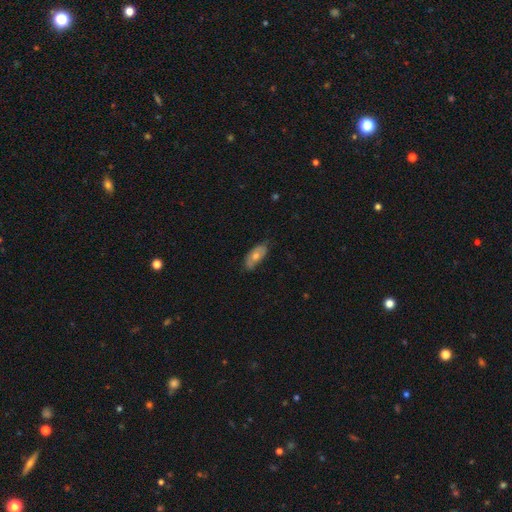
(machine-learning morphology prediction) The model was most divided on "smooth or featured": smooth: 54%, featured or disk: 39%, star or artifact: 7%. More confident: how rounded — in between (83%); merging — none (75%).